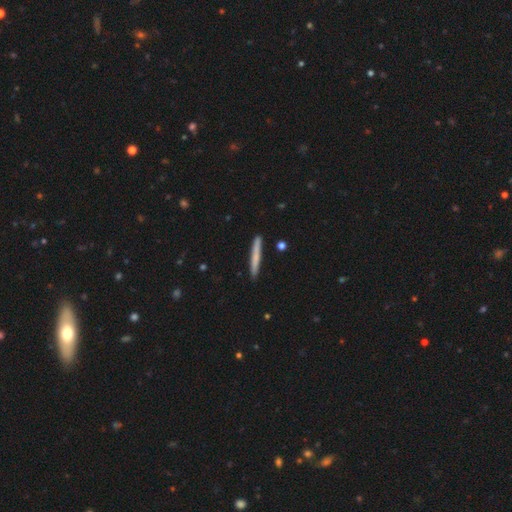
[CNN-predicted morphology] smooth 69%, featured or disk 26%, star or artifact 5%. Down the decision tree: how rounded — cigar-shaped (97%); merging — none (90%).